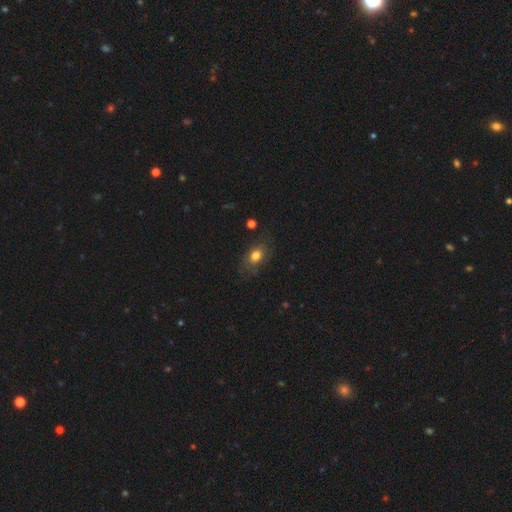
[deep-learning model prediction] smooth 74%, featured or disk 16%, star or artifact 10%. Down the decision tree: how rounded — in between (77%); merging — none (72%).